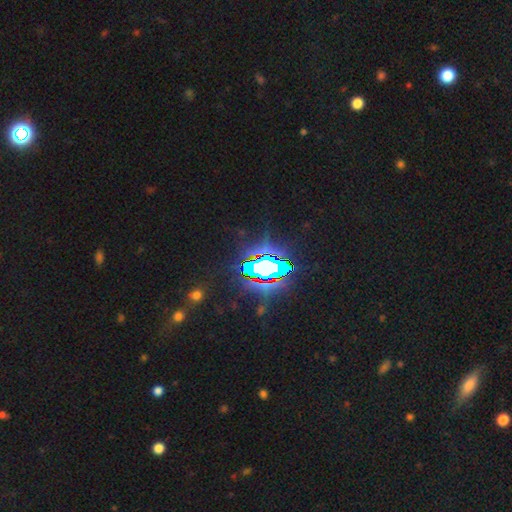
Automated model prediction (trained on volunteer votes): A star or artifact, not a galaxy (76%).